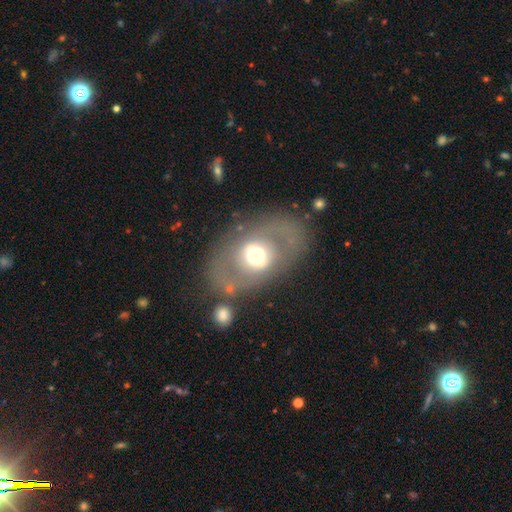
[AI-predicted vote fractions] Overall: featured or disk (53%; smooth 38%). Edge-on disk: no (90%). Merging: none (73%).